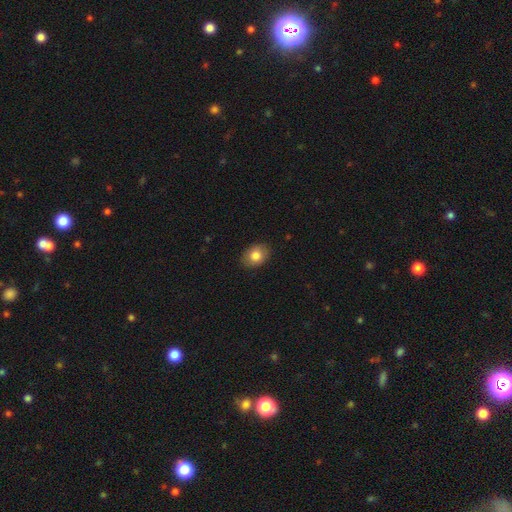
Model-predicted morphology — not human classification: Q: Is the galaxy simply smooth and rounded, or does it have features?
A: smooth — 83%.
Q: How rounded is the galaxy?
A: in between — 63%.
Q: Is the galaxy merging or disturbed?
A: none — 87%.